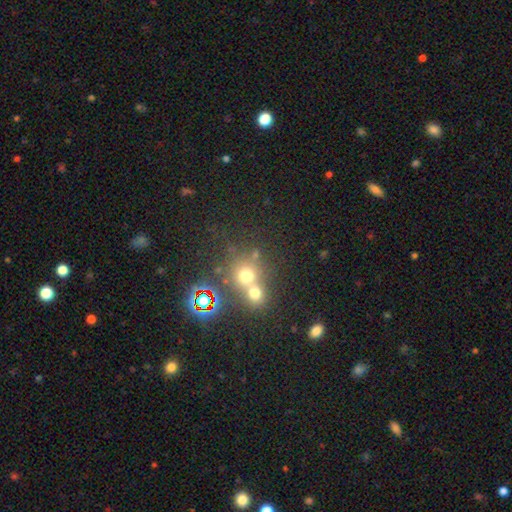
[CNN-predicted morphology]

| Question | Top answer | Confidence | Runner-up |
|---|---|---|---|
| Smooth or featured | smooth | 54% | star or artifact (33%) |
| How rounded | round | 83% | in between (16%) |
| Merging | none | 47% | merger (42%) |